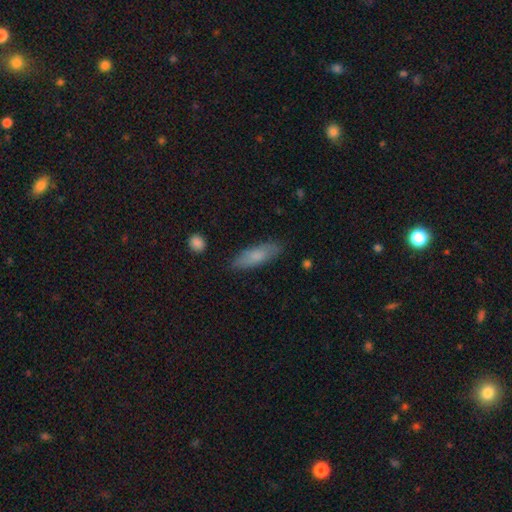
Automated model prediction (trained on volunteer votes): smooth-or-featured: smooth: 76% | featured or disk: 17% | star or artifact: 6%
  how-rounded: in between: 52% | cigar-shaped: 46% | round: 2%
  merging: none: 82% | minor disturbance: 13% | major disturbance: 3% | merger: 2%